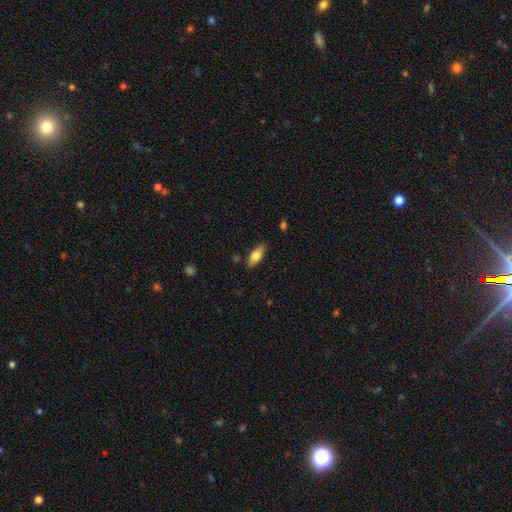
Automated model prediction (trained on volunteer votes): The model was most divided on "smooth or featured": smooth: 72%, featured or disk: 22%, star or artifact: 6%. More confident: merging — none (85%); how rounded — in between (80%).